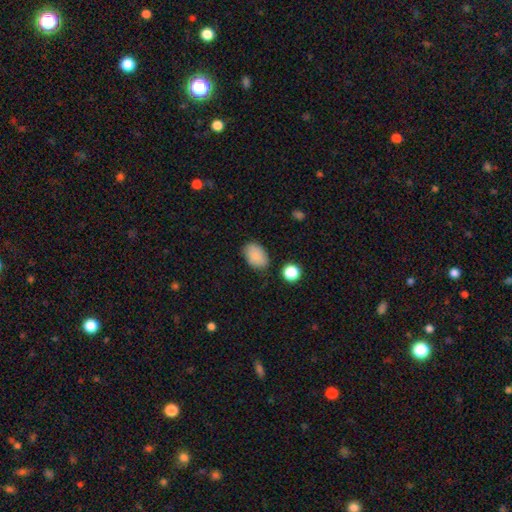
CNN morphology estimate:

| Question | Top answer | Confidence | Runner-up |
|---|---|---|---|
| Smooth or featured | smooth | 86% | star or artifact (9%) |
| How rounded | in between | 85% | round (14%) |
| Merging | none | 78% | minor disturbance (16%) |